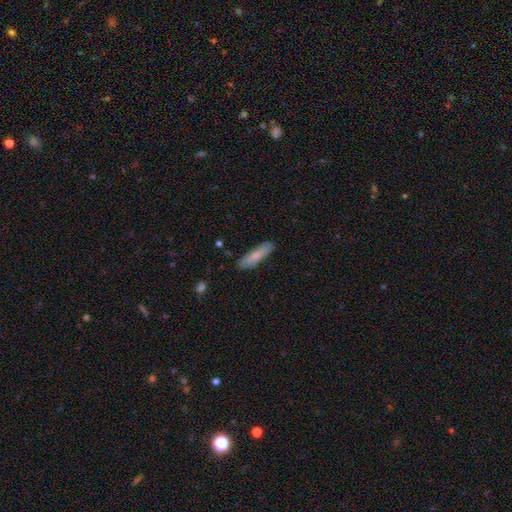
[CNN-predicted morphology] smooth-or-featured: smooth: 76% | featured or disk: 18% | star or artifact: 6%
  how-rounded: cigar-shaped: 76% | in between: 23% | round: 2%
  merging: none: 84% | minor disturbance: 12% | major disturbance: 2% | merger: 1%